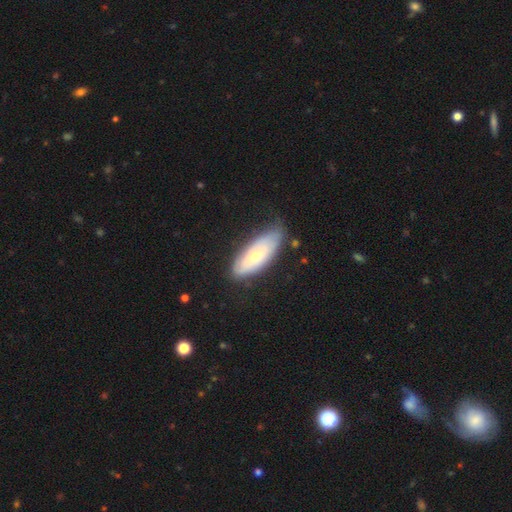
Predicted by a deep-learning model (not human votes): A smooth galaxy with no disk features (61%) that is in between round and cigar-shaped (70%). Merging: none (64%).